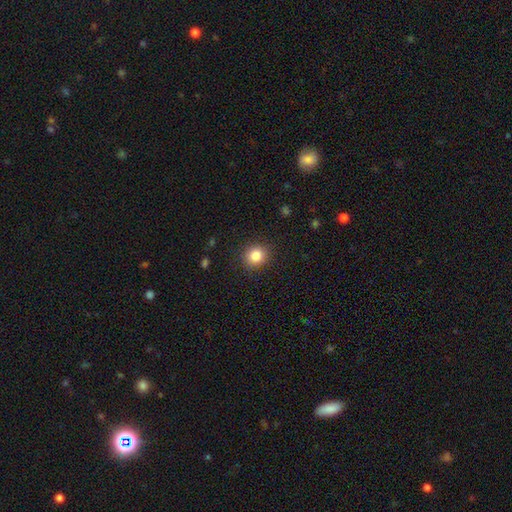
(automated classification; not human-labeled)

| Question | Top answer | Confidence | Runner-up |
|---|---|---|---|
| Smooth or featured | smooth | 85% | star or artifact (10%) |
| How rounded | round | 82% | in between (17%) |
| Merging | none | 89% | minor disturbance (8%) |